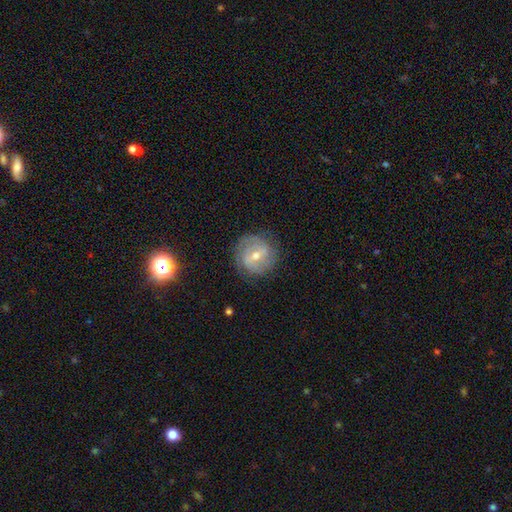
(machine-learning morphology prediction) Q: Smooth or featured?
A: featured or disk (75%); runner-up: smooth (16%)
Q: Edge-on disk?
A: no (97%); runner-up: yes (3%)
Q: Bar?
A: weak (51%); runner-up: no (27%)
Q: Spiral arms?
A: yes (90%); runner-up: no (10%)
Q: Spiral winding?
A: tight (54%); runner-up: medium (34%)
Q: Spiral arm count?
A: 2 (42%); runner-up: can't tell (28%)
Q: Bulge size?
A: small (49%); runner-up: moderate (48%)
Q: Merging?
A: none (81%); runner-up: minor disturbance (13%)